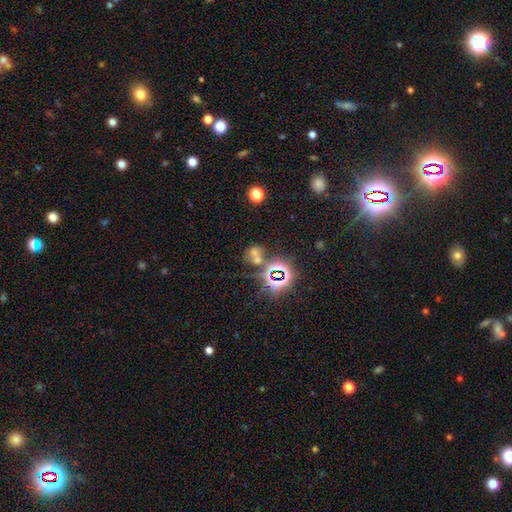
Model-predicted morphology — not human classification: star or artifact 48%, smooth 39%, featured or disk 13%.